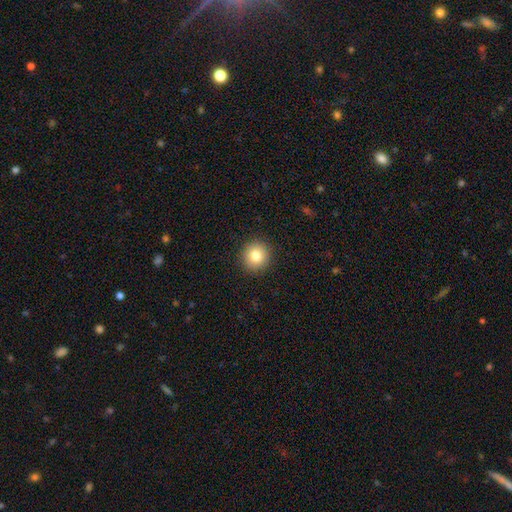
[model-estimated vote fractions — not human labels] The model was most divided on "smooth or featured": smooth: 82%, star or artifact: 10%, featured or disk: 8%. More confident: how rounded — round (92%); merging — none (92%).